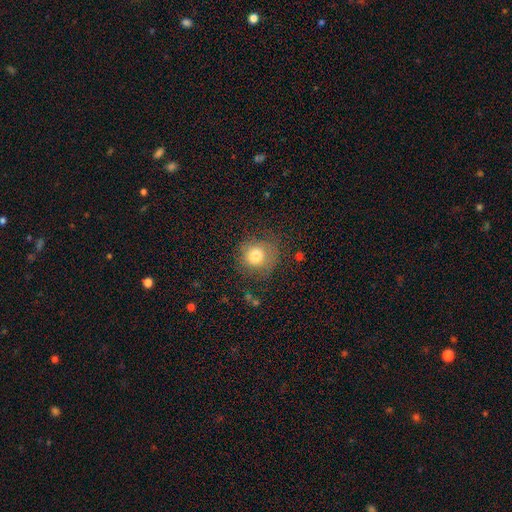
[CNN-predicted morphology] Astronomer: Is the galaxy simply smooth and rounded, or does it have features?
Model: smooth — 78%.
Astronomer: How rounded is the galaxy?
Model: round — 85%.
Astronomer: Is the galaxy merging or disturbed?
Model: none — 70%.